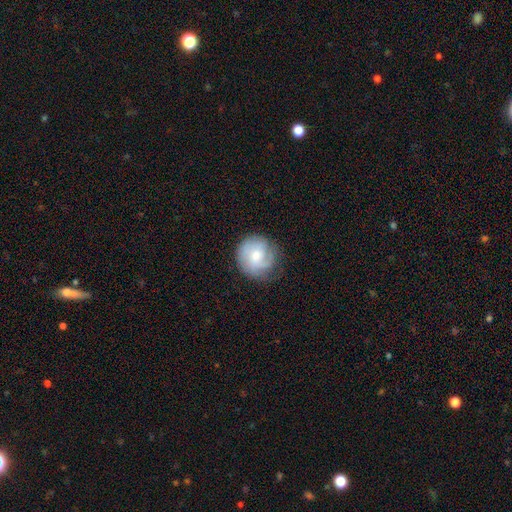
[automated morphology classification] Overall: featured or disk (54%; smooth 39%). Edge-on disk: no (98%). Bar: no (65%; weak 31%). Spiral arms: yes (87%). Bulge size: moderate (57%; small 31%). Merging: none (71%).